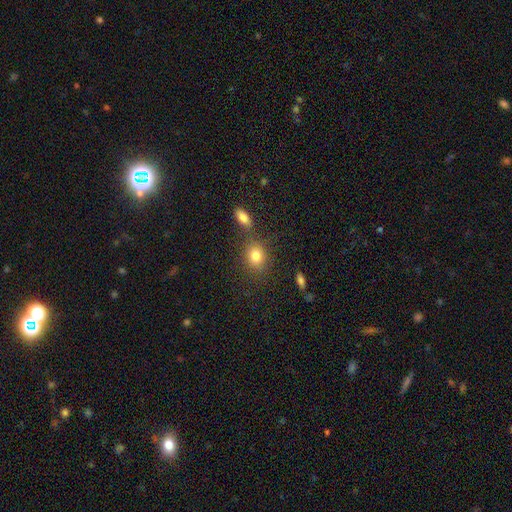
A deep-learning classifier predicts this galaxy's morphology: Q: Smooth or featured?
A: smooth (80%); runner-up: star or artifact (11%)
Q: How rounded?
A: round (52%); runner-up: in between (46%)
Q: Merging?
A: none (69%); runner-up: merger (14%)